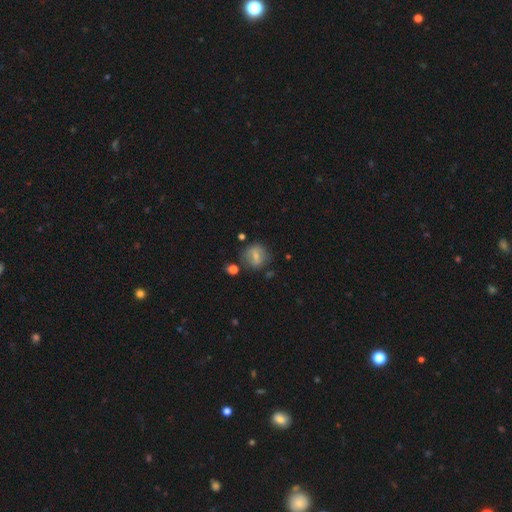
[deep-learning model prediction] Q: Smooth or featured?
A: smooth (56%); runner-up: featured or disk (33%)
Q: How rounded?
A: round (69%); runner-up: in between (29%)
Q: Merging?
A: none (70%); runner-up: minor disturbance (18%)